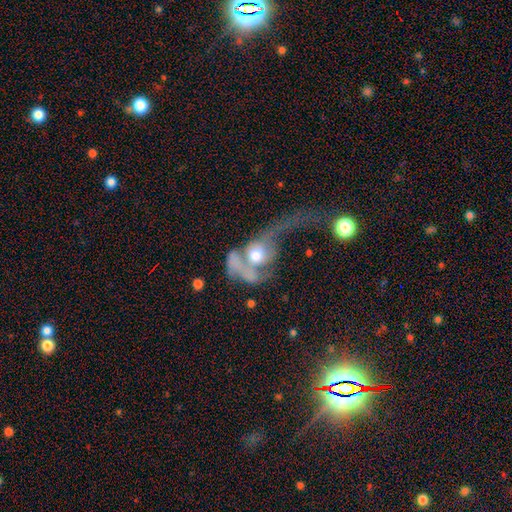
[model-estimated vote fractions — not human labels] Overall: featured or disk (48%; smooth 44%). Merging: major disturbance (50%; merger 34%).